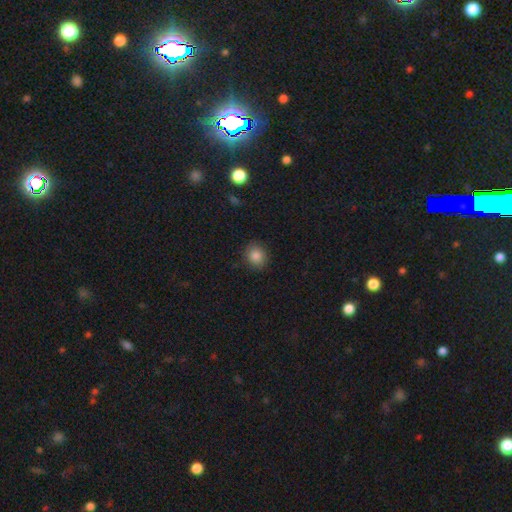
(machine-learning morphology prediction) This appears to be a smooth galaxy with no disk features (85%) that is round (77%). Merging: none (87%).